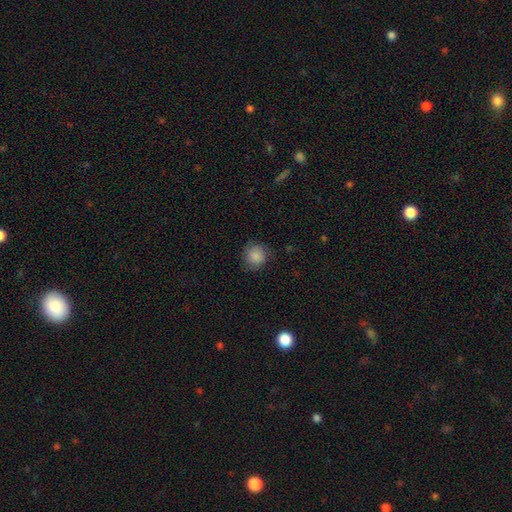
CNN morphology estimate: A smooth galaxy with no disk features (86%) that is round (88%). Merging: none (80%).